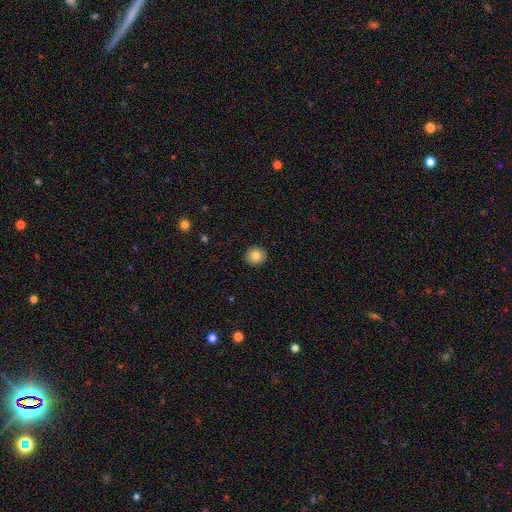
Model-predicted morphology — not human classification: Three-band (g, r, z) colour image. It shows a smooth galaxy with no disk features (83%) that is round (91%). Merging: none (93%).